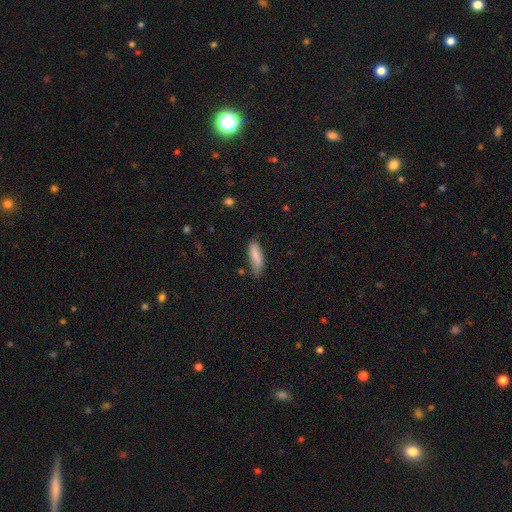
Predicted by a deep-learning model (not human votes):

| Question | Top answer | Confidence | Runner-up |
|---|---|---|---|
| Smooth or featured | smooth | 82% | featured or disk (11%) |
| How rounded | in between | 50% | cigar-shaped (48%) |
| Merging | none | 60% | minor disturbance (30%) |